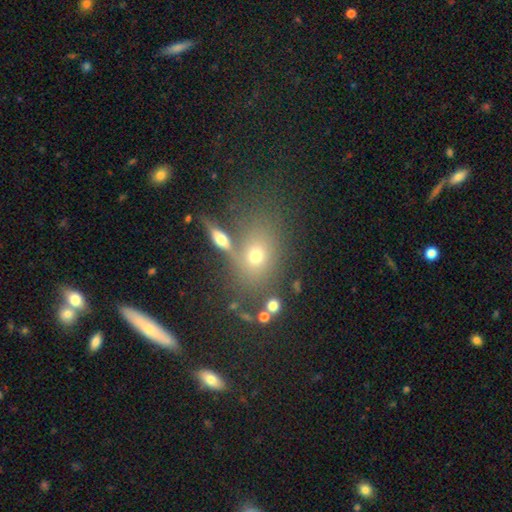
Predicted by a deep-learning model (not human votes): A smooth galaxy with no disk features (61%) that is in between round and cigar-shaped (60%). Merging: none (61%).